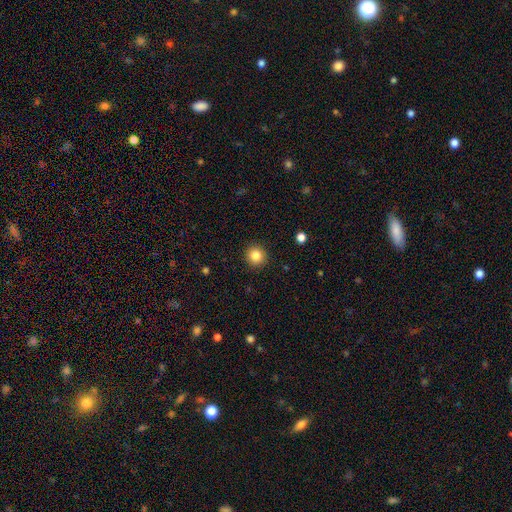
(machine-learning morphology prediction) The model was most divided on "smooth or featured": smooth: 84%, star or artifact: 10%, featured or disk: 5%. More confident: how rounded — round (94%); merging — none (92%).